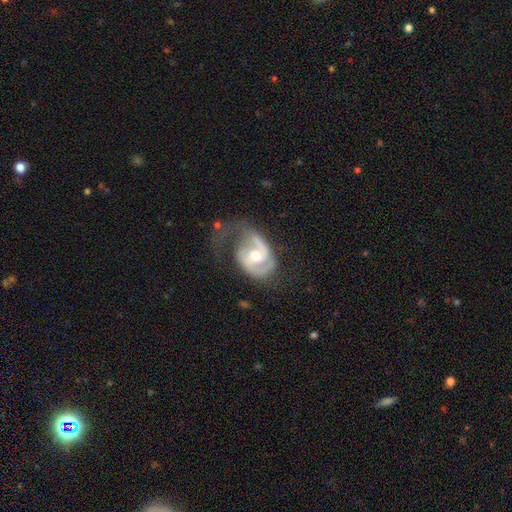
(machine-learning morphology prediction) smooth-or-featured: featured or disk: 85% | smooth: 10% | star or artifact: 5%
  disk-edge-on: no: 97% | yes: 3%
    bar: no: 48% | weak: 40% | strong: 12%
    has-spiral-arms: yes: 94% | no: 6%
      spiral-winding: medium: 46% | tight: 31% | loose: 22%
      spiral-arm-count: 2: 71% | 1: 14% | can't tell: 8% | 3: 4% | 4: 1% | more than 4: 1%
    bulge-size: moderate: 66% | small: 27% | large: 5% | none: 1% | dominant: 1%
  merging: none: 36% | major disturbance: 35% | minor disturbance: 26% | merger: 2%